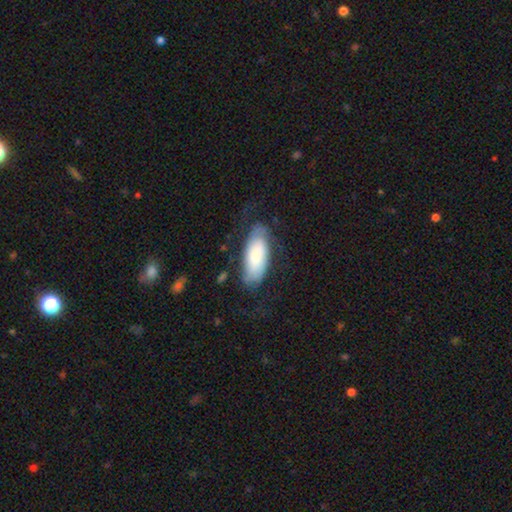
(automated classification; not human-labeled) This appears to be a smooth galaxy with no disk features (62%) that is in between round and cigar-shaped (85%). Merging: none (61%).